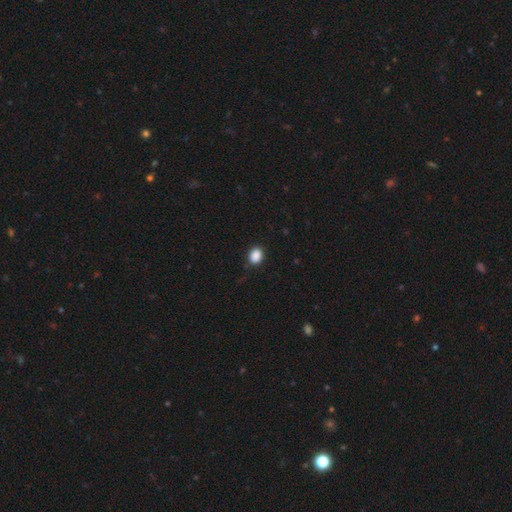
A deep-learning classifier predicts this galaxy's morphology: Smooth or featured?
  - smooth: 88% *
  - star or artifact: 9%
  - featured or disk: 3%
How rounded?
  - in between: 55% *
  - round: 44%
  - cigar-shaped: 1%
Merging?
  - none: 82% *
  - minor disturbance: 13%
  - major disturbance: 3%
  - merger: 1%